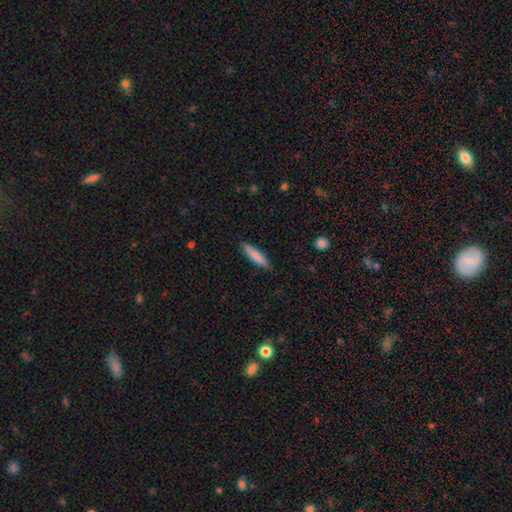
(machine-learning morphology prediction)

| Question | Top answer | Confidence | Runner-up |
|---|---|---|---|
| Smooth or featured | smooth | 82% | featured or disk (13%) |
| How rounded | cigar-shaped | 86% | in between (13%) |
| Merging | none | 87% | minor disturbance (10%) |